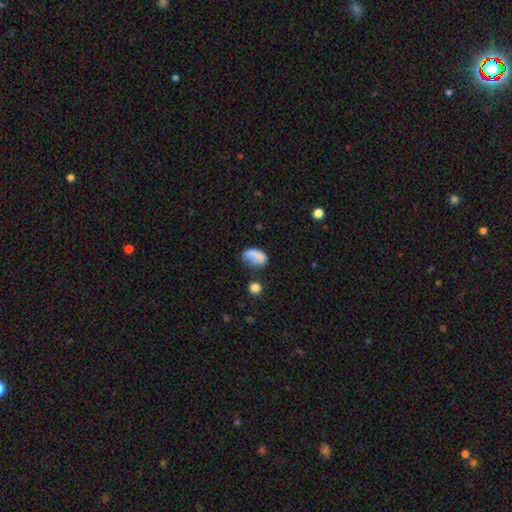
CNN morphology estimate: A smooth galaxy with no disk features (75%) that is in between round and cigar-shaped (87%).

Vote fractions:
- Smooth or featured? smooth: 75% / featured or disk: 16% / star or artifact: 10%
- How rounded? in between: 87% / round: 10% / cigar-shaped: 3%
- Merging? none: 40% / minor disturbance: 29% / major disturbance: 21% / merger: 9%